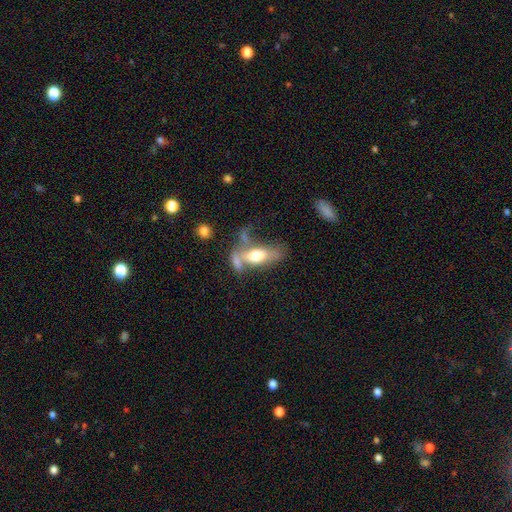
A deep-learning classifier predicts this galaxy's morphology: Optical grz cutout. It shows a smooth galaxy with no disk features (57%) that is in between round and cigar-shaped (73%). Merging: merger (34%).